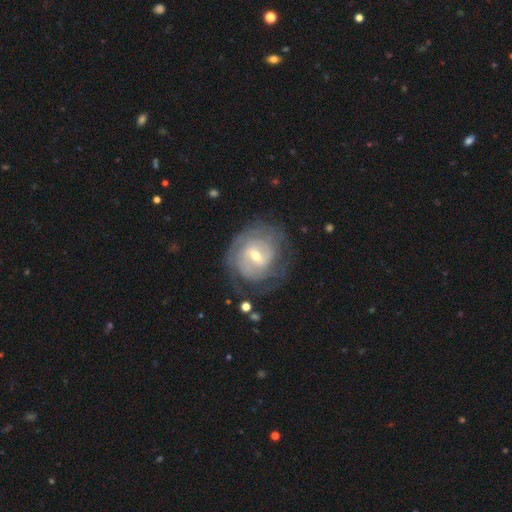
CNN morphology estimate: smooth-or-featured: featured or disk: 83% | smooth: 12% | star or artifact: 5%
  disk-edge-on: no: 97% | yes: 3%
    bar: weak: 55% | no: 26% | strong: 19%
    has-spiral-arms: yes: 91% | no: 9%
      spiral-winding: tight: 71% | medium: 22% | loose: 6%
      spiral-arm-count: can't tell: 44% | 2: 23% | 3: 15% | 4: 9% | 1: 5% | more than 4: 5%
    bulge-size: small: 49% | moderate: 47% | large: 2% | none: 1% | dominant: 1%
  merging: none: 71% | minor disturbance: 18% | major disturbance: 10% | merger: 2%